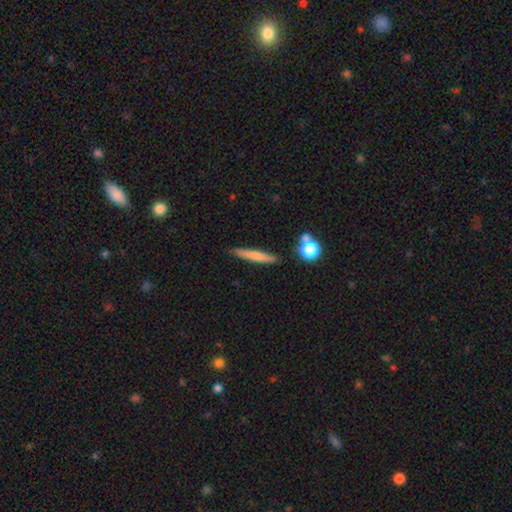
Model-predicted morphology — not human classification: The model was most divided on "smooth or featured": smooth: 66%, featured or disk: 27%, star or artifact: 7%. More confident: how rounded — cigar-shaped (93%); merging — none (85%).